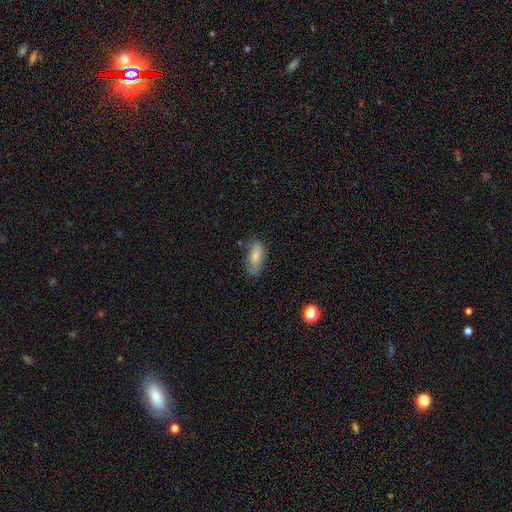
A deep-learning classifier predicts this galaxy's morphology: Smooth or featured? Predicted: smooth (p=0.79). How rounded? Predicted: in between (p=0.80). Merging? Predicted: none (p=0.69).